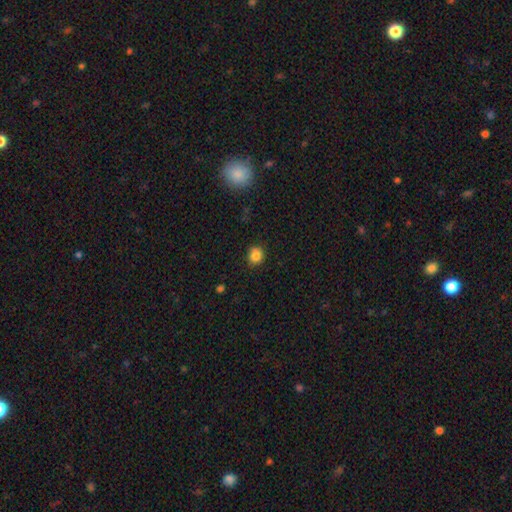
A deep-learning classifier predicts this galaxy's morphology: Q: Smooth or featured?
A: smooth (84%); runner-up: star or artifact (11%)
Q: How rounded?
A: round (79%); runner-up: in between (20%)
Q: Merging?
A: none (86%); runner-up: minor disturbance (10%)